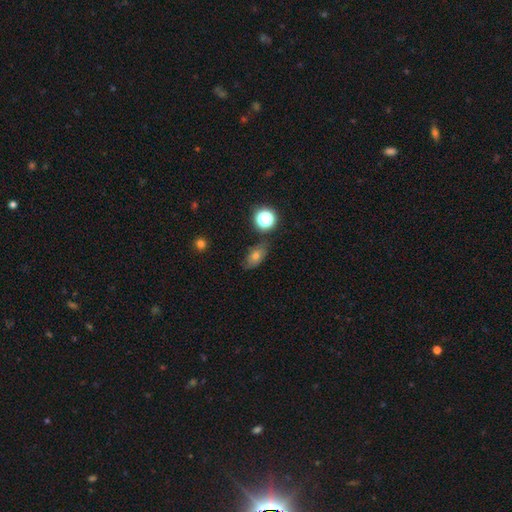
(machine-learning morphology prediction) This is likely a smooth galaxy (65%). How rounded: clearly in between (80%). Merging: likely none (77%).